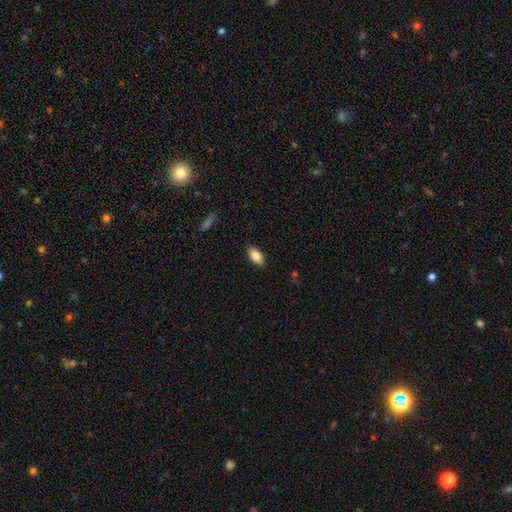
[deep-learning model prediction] A smooth galaxy with no disk features (86%) that is in between round and cigar-shaped (92%). Merging: none (88%).